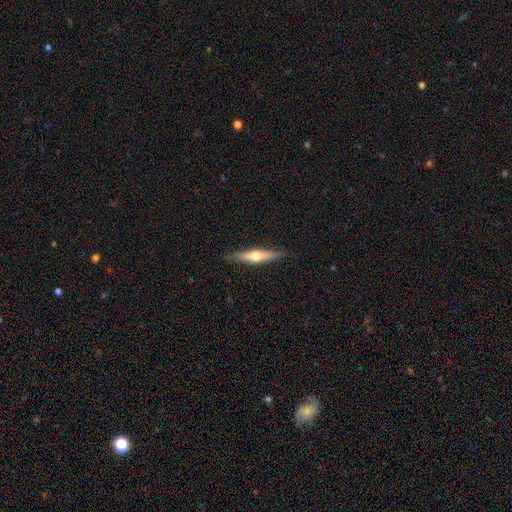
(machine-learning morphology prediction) The model was most divided on "smooth or featured": featured or disk: 59%, smooth: 36%, star or artifact: 5%. More confident: edge-on disk — yes (95%); edge-on bulge — rounded (93%); merging — none (88%).